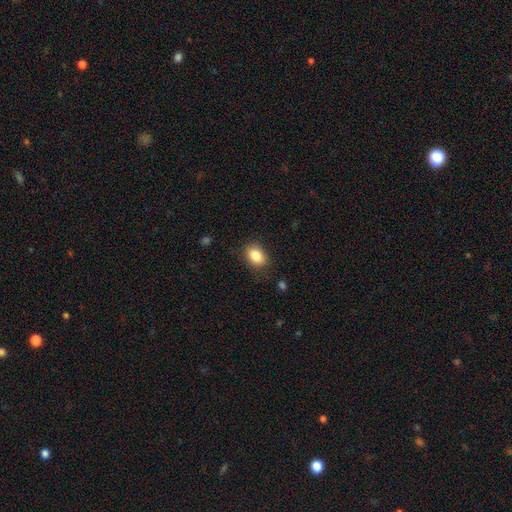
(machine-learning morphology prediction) smooth 85%, star or artifact 8%, featured or disk 7%. Down the decision tree: how rounded — in between (76%); merging — none (83%).